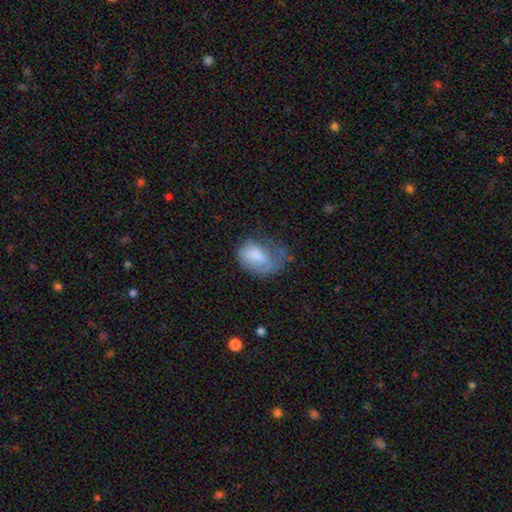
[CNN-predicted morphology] Overall: smooth (70%). How rounded: in between (81%). Merging: major disturbance (44%; minor disturbance 29%).